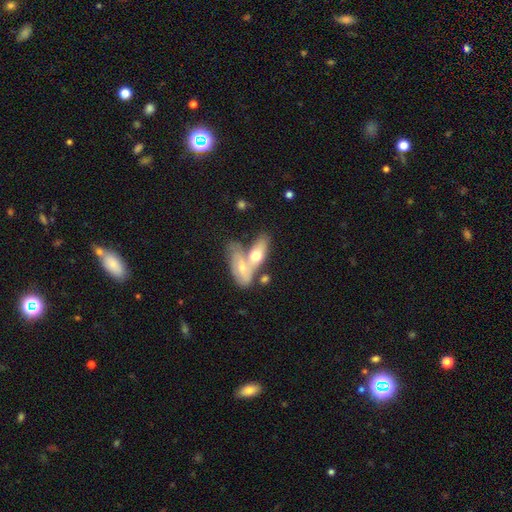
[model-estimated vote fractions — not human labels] Morphology: type=smooth (56%); roundness=in between (73%); merging=merger (60%).